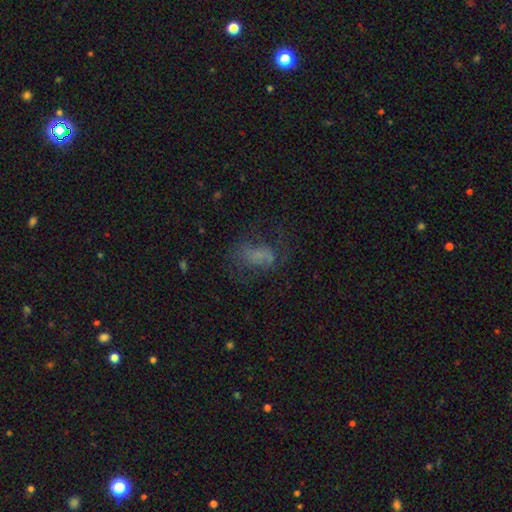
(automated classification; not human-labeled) Q: Smooth or featured?
A: smooth (49%); runner-up: featured or disk (31%)
Q: Merging?
A: none (44%); runner-up: major disturbance (32%)